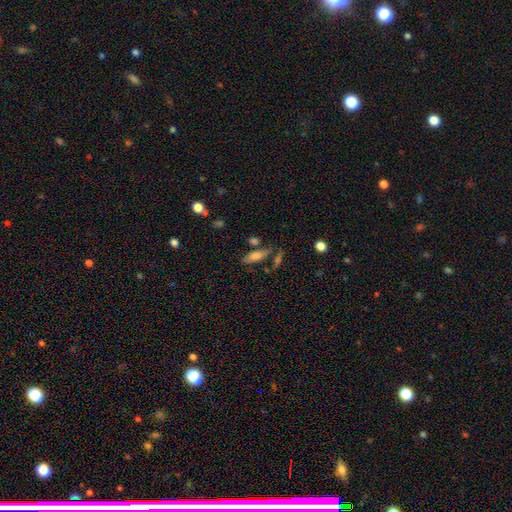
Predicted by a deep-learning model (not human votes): The model was most divided on "how rounded": in between: 64%, cigar-shaped: 33%, round: 3%. More confident: smooth or featured — smooth (72%); merging — none (59%).